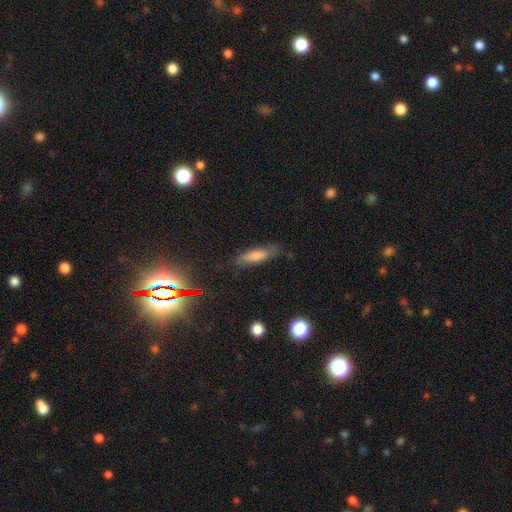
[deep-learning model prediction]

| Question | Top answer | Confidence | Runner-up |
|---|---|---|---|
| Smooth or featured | smooth | 64% | featured or disk (23%) |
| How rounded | cigar-shaped | 61% | in between (36%) |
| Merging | none | 76% | minor disturbance (18%) |